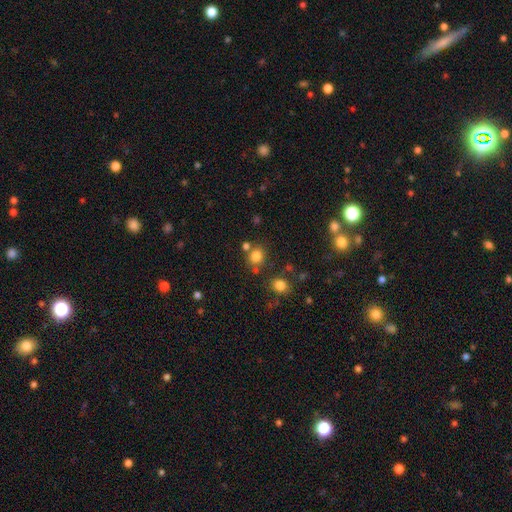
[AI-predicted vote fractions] Morphology: type=smooth (79%); roundness=round (74%); merging=none (69%).